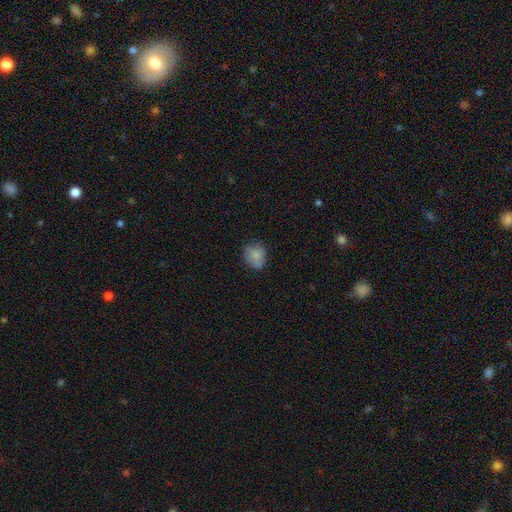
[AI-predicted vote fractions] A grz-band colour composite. It shows a smooth galaxy with no disk features (76%) that is round (67%). Merging: none (67%).